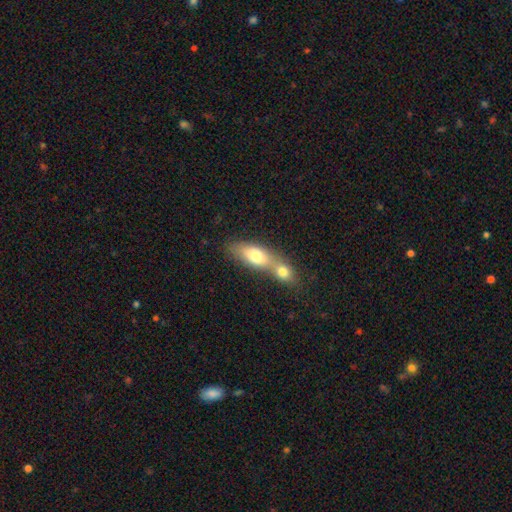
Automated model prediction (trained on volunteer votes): Smooth or featured? smooth (72%)
How rounded? in between (72%)
Merging? merger (66%)